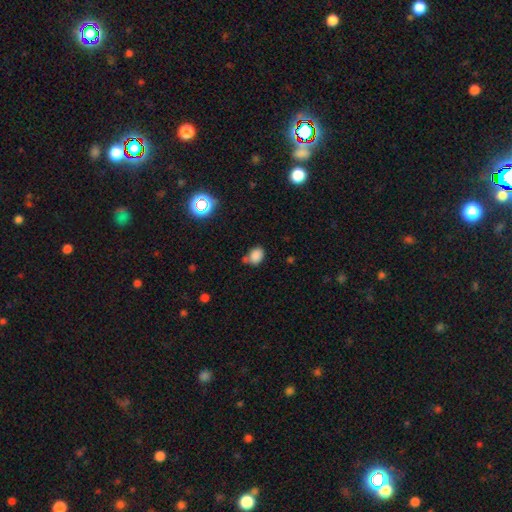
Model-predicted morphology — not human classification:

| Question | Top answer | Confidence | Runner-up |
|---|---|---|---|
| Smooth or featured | smooth | 83% | star or artifact (13%) |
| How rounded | in between | 61% | round (37%) |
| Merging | none | 57% | minor disturbance (23%) |